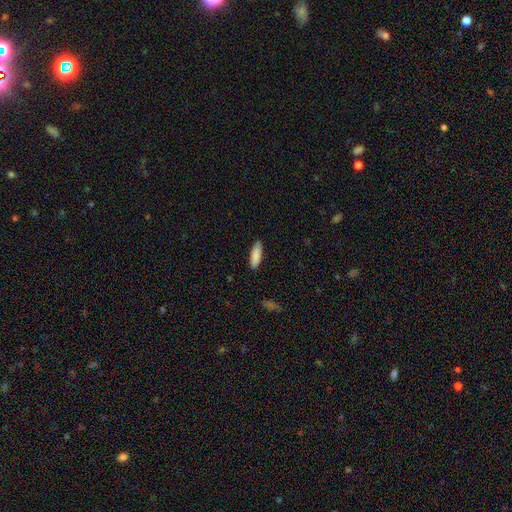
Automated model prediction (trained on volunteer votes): smooth_or_featured: smooth (p=0.88) [alt: featured or disk p=0.06]
how_rounded: in between (p=0.49) [tied with: cigar-shaped p=0.49]
merging: none (p=0.87) [alt: minor disturbance p=0.10]